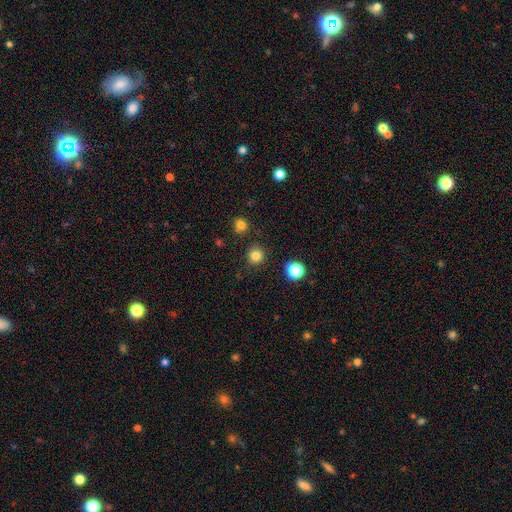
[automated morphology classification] A smooth galaxy with no disk features (82%) that is round (93%).

Vote fractions:
- Smooth or featured? smooth: 82% / star or artifact: 13% / featured or disk: 4%
- How rounded? round: 93% / in between: 6% / cigar-shaped: 1%
- Merging? none: 88% / minor disturbance: 7% / merger: 3% / major disturbance: 2%